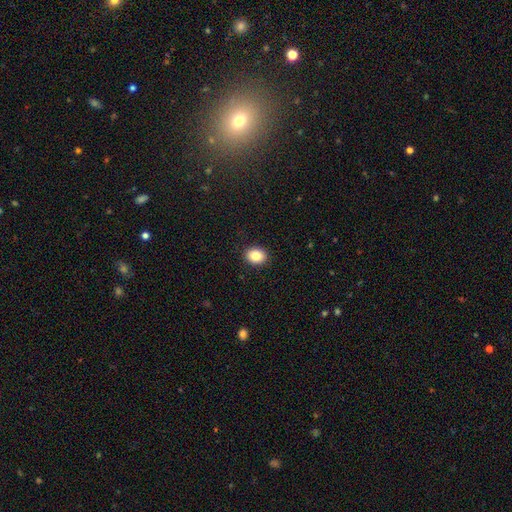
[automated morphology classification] This appears to be a smooth galaxy with no disk features (83%) that is round (50%). Merging: none (91%).